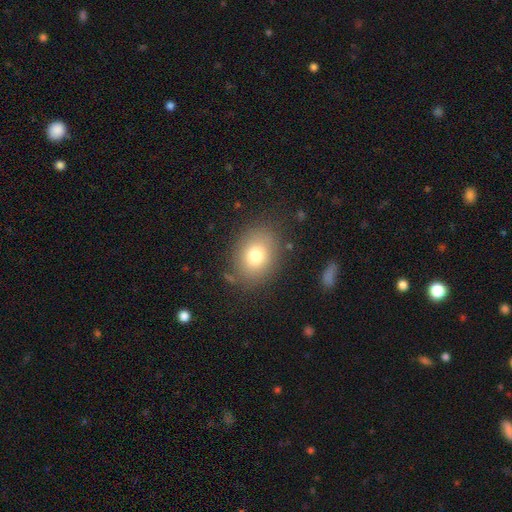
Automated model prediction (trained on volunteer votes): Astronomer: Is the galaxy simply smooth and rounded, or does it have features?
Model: smooth — 76%.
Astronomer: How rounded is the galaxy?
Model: in between — 50% (runner-up: round, 49%).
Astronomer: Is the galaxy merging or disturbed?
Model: none — 80%.